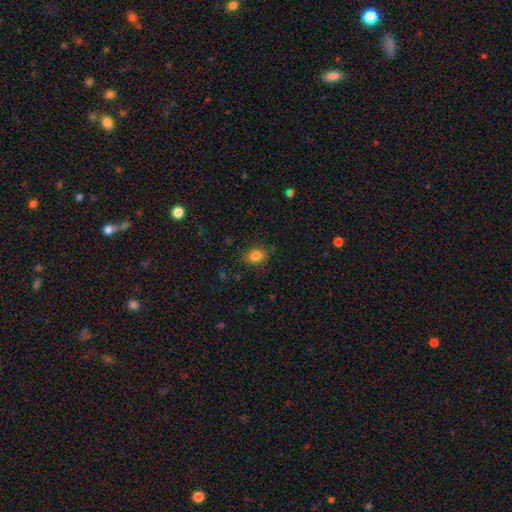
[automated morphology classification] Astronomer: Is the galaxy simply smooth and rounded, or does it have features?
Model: smooth — 81%.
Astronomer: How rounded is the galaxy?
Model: in between — 58% (runner-up: round, 40%).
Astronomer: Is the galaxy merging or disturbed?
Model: none — 80%.